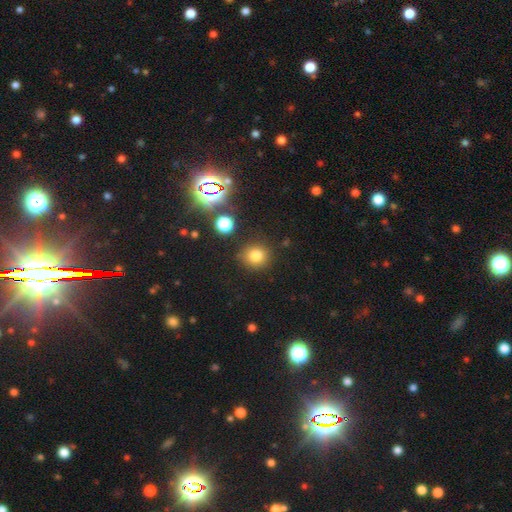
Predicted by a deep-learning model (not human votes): Morphology: type=smooth (79%); roundness=round (82%); merging=none (82%).